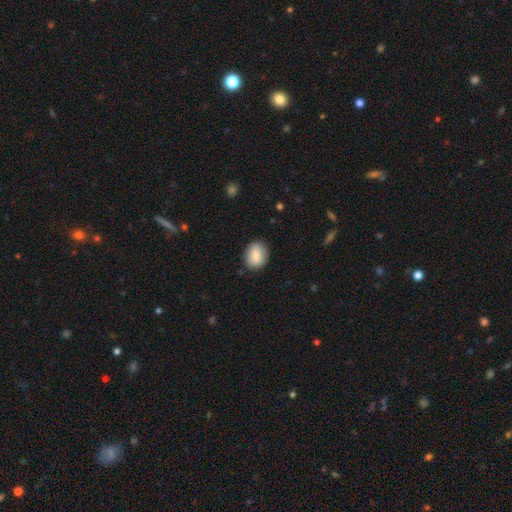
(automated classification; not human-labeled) A smooth galaxy with no disk features (80%) that is in between round and cigar-shaped (52%). Merging: none (84%).